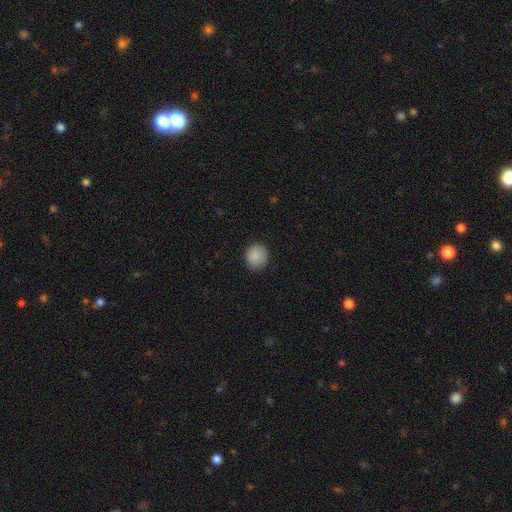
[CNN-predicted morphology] Smooth or featured: smooth — 89% (star or artifact — 8%)
How rounded: round — 84% (in between — 15%)
Merging: none — 87% (minor disturbance — 10%)